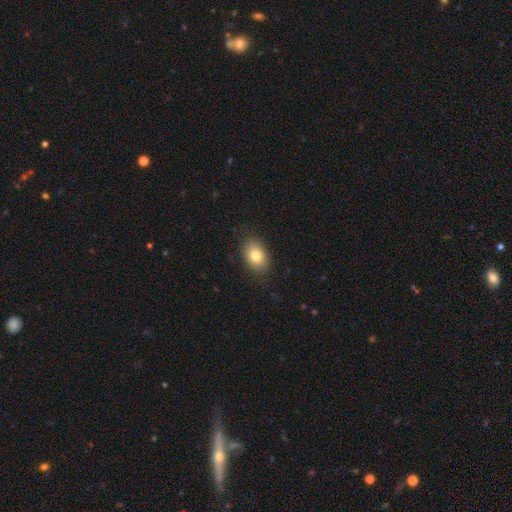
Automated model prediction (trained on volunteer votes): smooth-or-featured: smooth: 81% | featured or disk: 11% | star or artifact: 9%
  how-rounded: in between: 80% | round: 19% | cigar-shaped: 1%
  merging: none: 86% | minor disturbance: 10% | major disturbance: 3% | merger: 1%